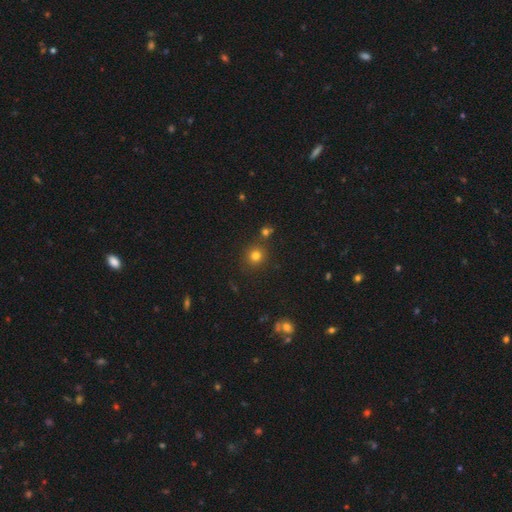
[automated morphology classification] smooth_or_featured: smooth (p=0.77) [alt: star or artifact p=0.17]
how_rounded: round (p=0.90) [alt: in between p=0.09]
merging: none (p=0.81) [alt: merger p=0.08]